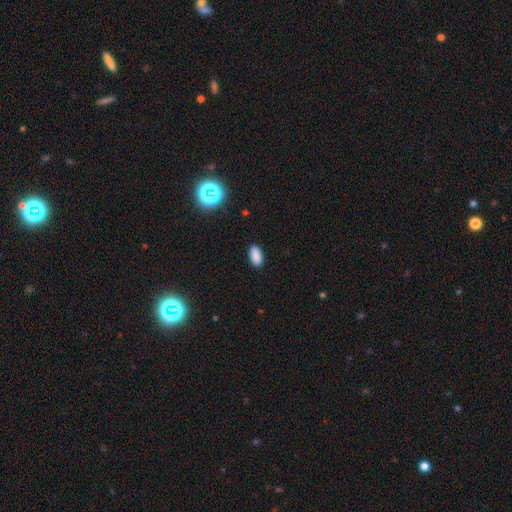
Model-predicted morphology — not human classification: Smooth or featured? smooth (87%)
How rounded? in between (93%)
Merging? none (88%)